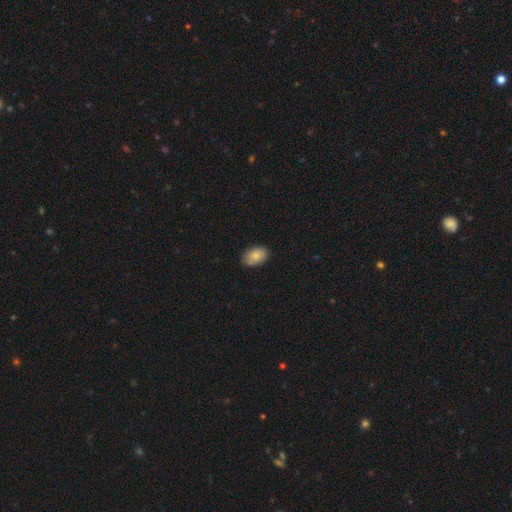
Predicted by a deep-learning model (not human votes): Overall: smooth (83%). How rounded: in between (90%). Merging: none (83%).